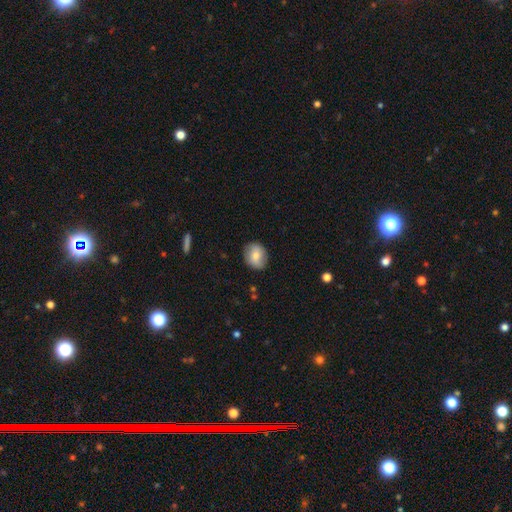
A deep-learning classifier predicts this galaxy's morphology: The model was most divided on "how rounded": round: 58%, in between: 41%, cigar-shaped: 1%. More confident: merging — none (85%); smooth or featured — smooth (73%).